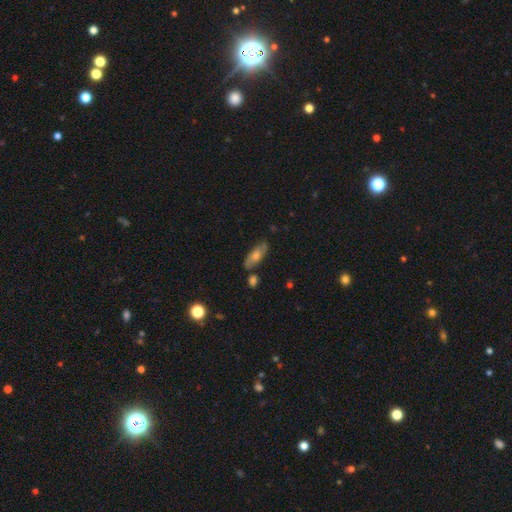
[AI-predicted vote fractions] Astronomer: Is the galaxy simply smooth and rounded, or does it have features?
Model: smooth — 47% (runner-up: featured or disk, 43%).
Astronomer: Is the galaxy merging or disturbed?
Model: none — 76%.